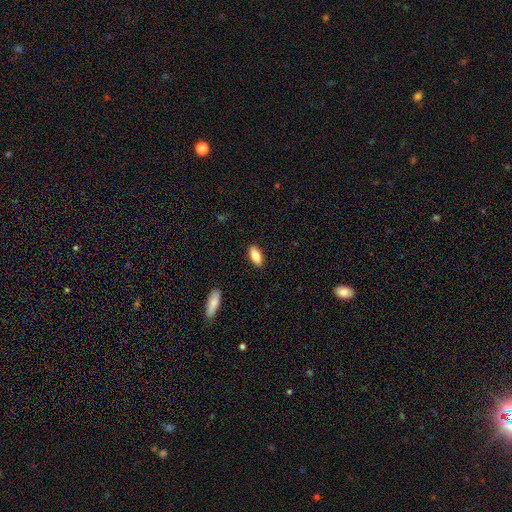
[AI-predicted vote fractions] Smooth or featured? smooth (81%)
How rounded? in between (83%)
Merging? none (89%)